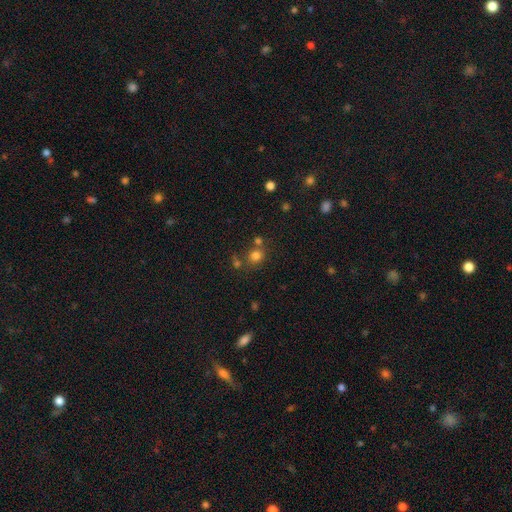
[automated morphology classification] This appears to be a smooth galaxy with no disk features (76%) that is round (82%). Merging: none (65%).